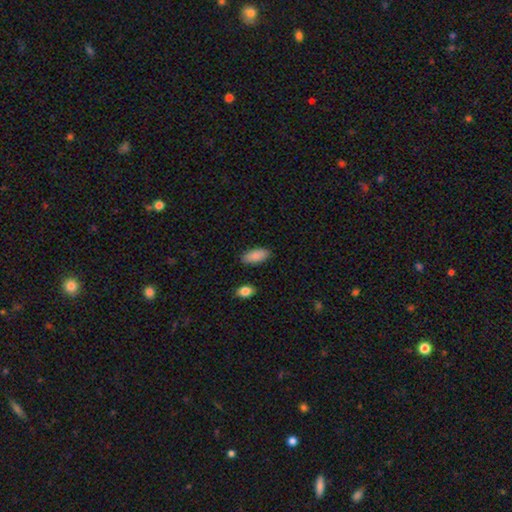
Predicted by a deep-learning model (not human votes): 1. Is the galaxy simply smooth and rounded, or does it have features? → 89% smooth, 6% star or artifact, 5% featured or disk.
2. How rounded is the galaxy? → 89% in between, 9% cigar-shaped, 2% round.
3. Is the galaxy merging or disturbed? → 87% none, 9% minor disturbance, 2% major disturbance, 2% merger.